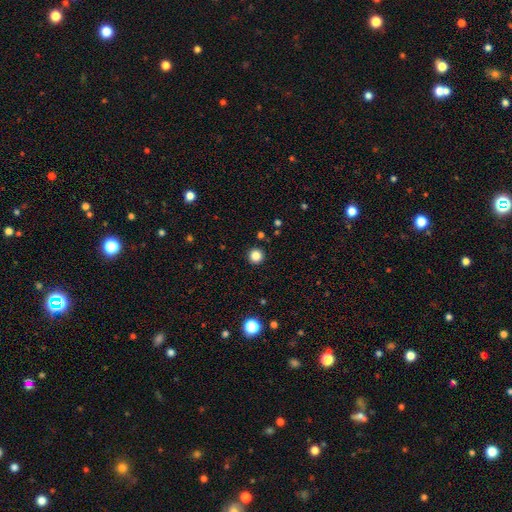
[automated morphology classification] The model was most divided on "smooth or featured": smooth: 84%, star or artifact: 12%, featured or disk: 4%. More confident: how rounded — round (96%); merging — none (93%).